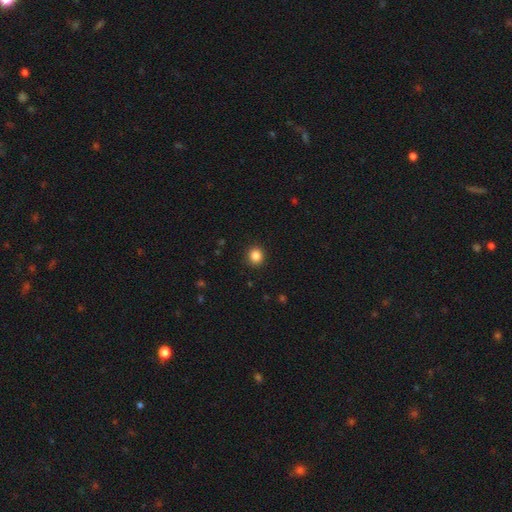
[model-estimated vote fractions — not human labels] smooth-or-featured: smooth: 86% | star or artifact: 11% | featured or disk: 3%
  how-rounded: round: 89% | in between: 10% | cigar-shaped: 1%
  merging: none: 91% | minor disturbance: 6% | major disturbance: 2% | merger: 1%